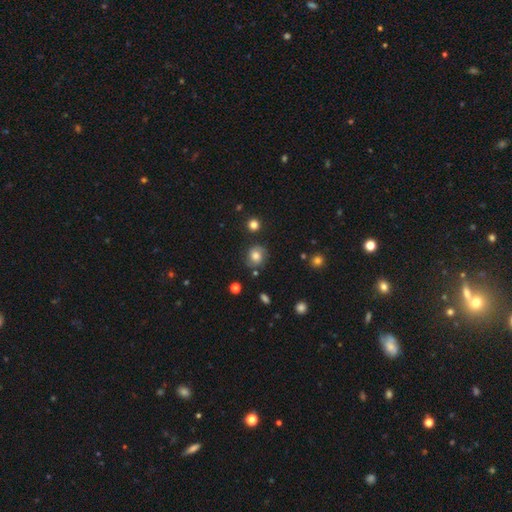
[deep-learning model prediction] A smooth galaxy with no disk features (63%) that is round (78%).

Vote fractions:
- Smooth or featured? smooth: 63% / featured or disk: 26% / star or artifact: 11%
- How rounded? round: 78% / in between: 21% / cigar-shaped: 1%
- Merging? none: 76% / minor disturbance: 16% / major disturbance: 5% / merger: 3%